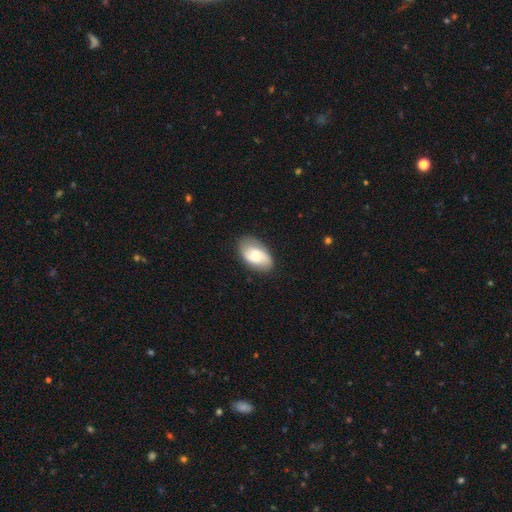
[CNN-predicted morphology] This is possibly a smooth galaxy (50%). How rounded: clearly in between (92%). Merging: likely none (80%).